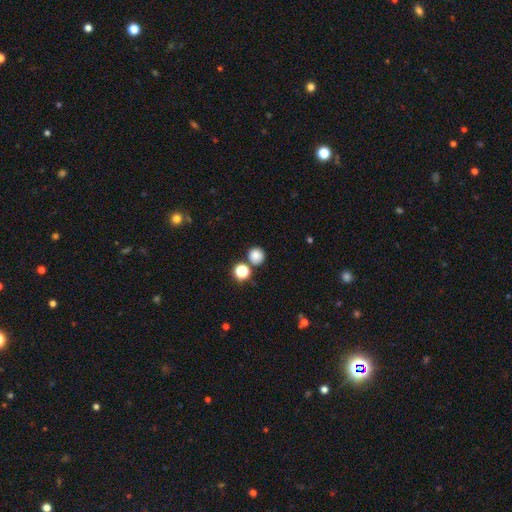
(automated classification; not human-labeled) Smooth or featured? Predicted: smooth (p=0.81). How rounded? Predicted: round (p=0.92). Merging? Predicted: none (p=0.77).